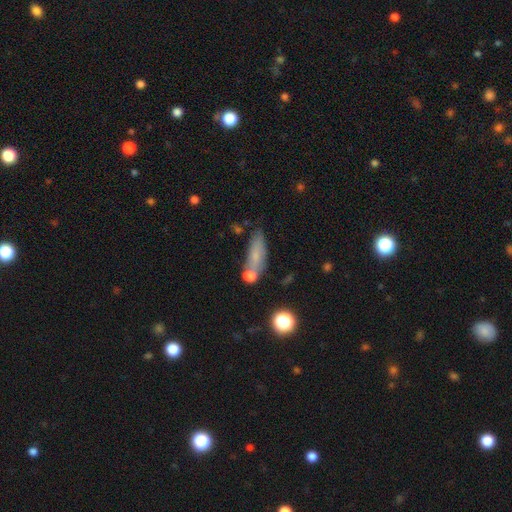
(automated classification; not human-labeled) smooth_or_featured: smooth (p=0.68) [alt: featured or disk p=0.20]
how_rounded: in between (p=0.54) [alt: cigar-shaped p=0.41]
merging: none (p=0.56) [alt: minor disturbance p=0.19]